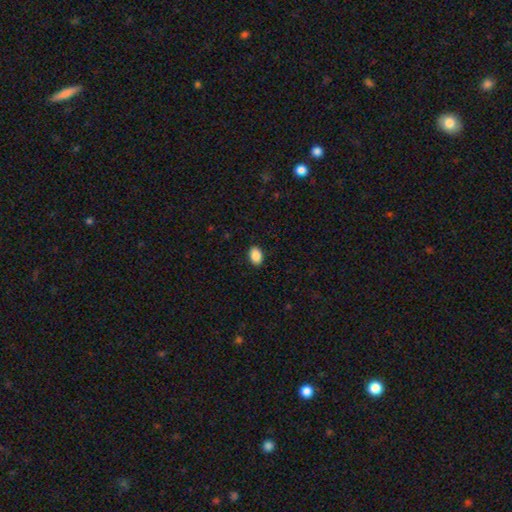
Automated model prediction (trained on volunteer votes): smooth 89%, star or artifact 7%, featured or disk 4%. Down the decision tree: how rounded — in between (86%); merging — none (89%).